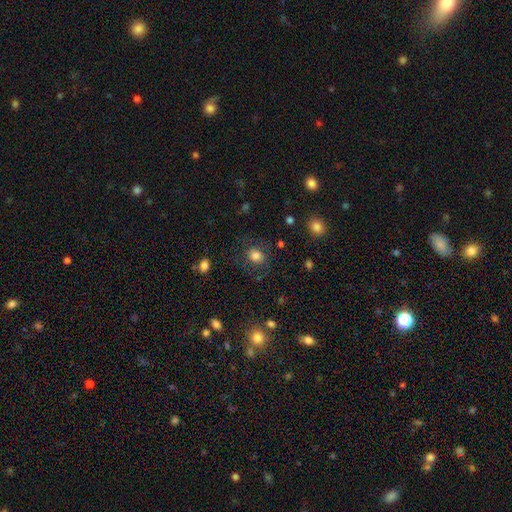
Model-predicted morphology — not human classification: Smooth or featured? Predicted: smooth (p=0.79). How rounded? Predicted: round (p=0.61). Merging? Predicted: none (p=0.73).